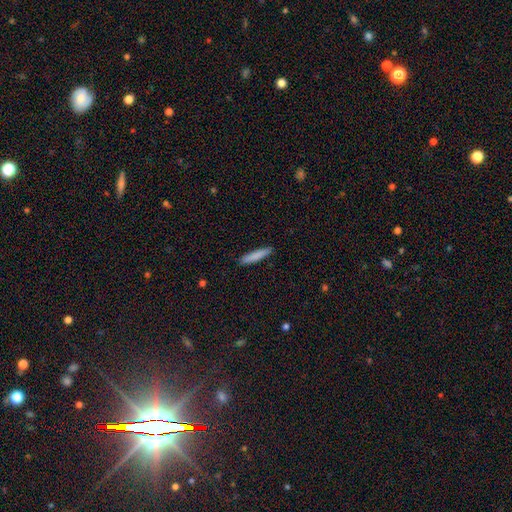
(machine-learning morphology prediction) smooth 83%, featured or disk 11%, star or artifact 6%. Down the decision tree: how rounded — cigar-shaped (91%); merging — none (90%).